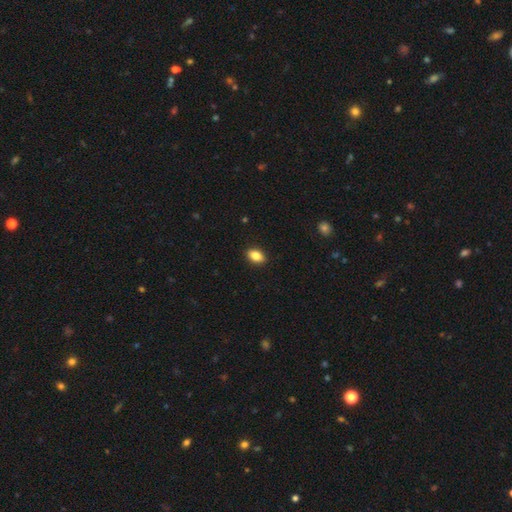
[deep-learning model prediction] The model was most divided on "how rounded": in between: 85%, round: 12%, cigar-shaped: 2%. More confident: merging — none (90%); smooth or featured — smooth (84%).